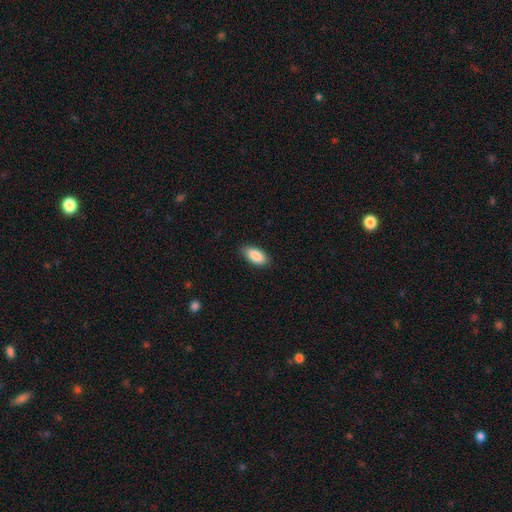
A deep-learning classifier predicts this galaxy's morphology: A smooth galaxy with no disk features (88%) that is in between round and cigar-shaped (91%).

Vote fractions:
- Smooth or featured? smooth: 88% / star or artifact: 6% / featured or disk: 5%
- How rounded? in between: 91% / cigar-shaped: 7% / round: 2%
- Merging? none: 84% / minor disturbance: 13% / major disturbance: 2% / merger: 1%